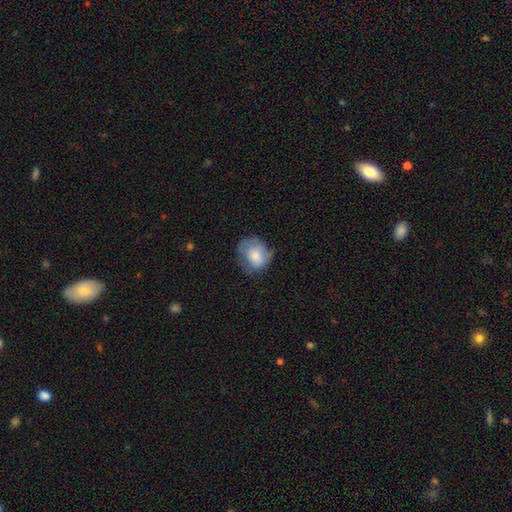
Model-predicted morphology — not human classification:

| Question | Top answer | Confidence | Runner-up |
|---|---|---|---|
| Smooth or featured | smooth | 68% | featured or disk (24%) |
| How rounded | round | 61% | in between (38%) |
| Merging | none | 45% | minor disturbance (35%) |